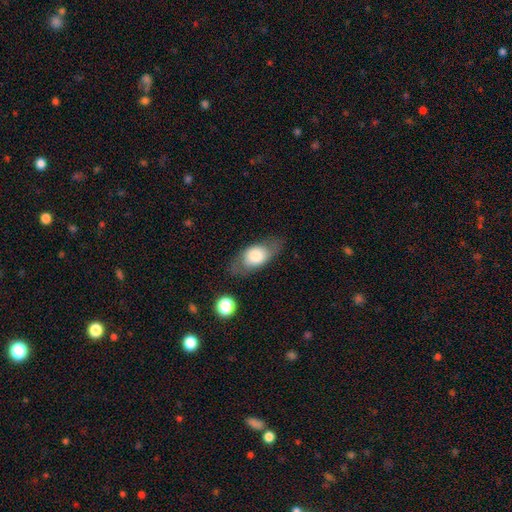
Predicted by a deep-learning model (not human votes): Smooth or featured? Predicted: smooth (p=0.65). How rounded? Predicted: in between (p=0.80). Merging? Predicted: none (p=0.73).